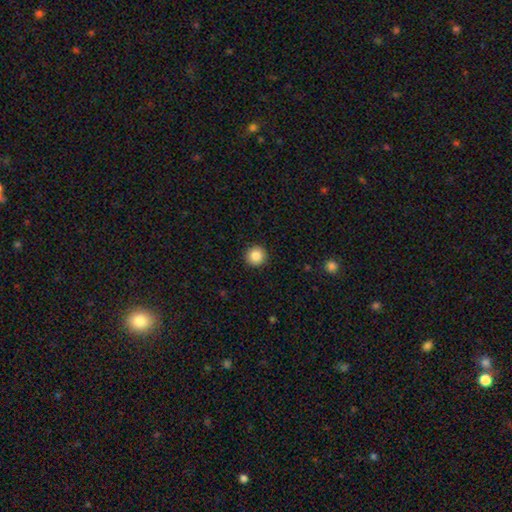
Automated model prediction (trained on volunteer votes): This appears to be a smooth galaxy with no disk features (85%) that is round (95%). Merging: none (93%).